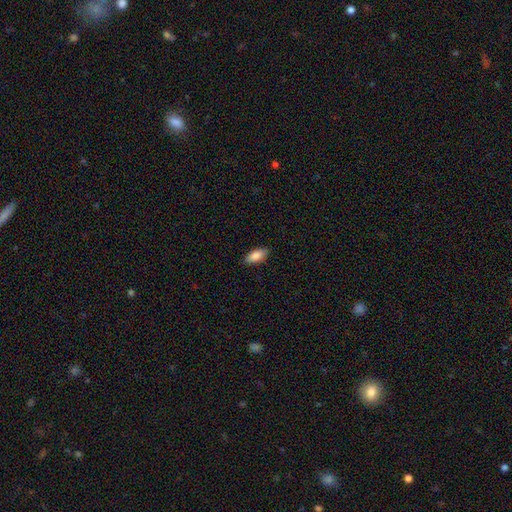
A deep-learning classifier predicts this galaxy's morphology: Q: Smooth or featured?
A: smooth (84%); runner-up: featured or disk (9%)
Q: How rounded?
A: in between (85%); runner-up: cigar-shaped (13%)
Q: Merging?
A: none (88%); runner-up: minor disturbance (9%)